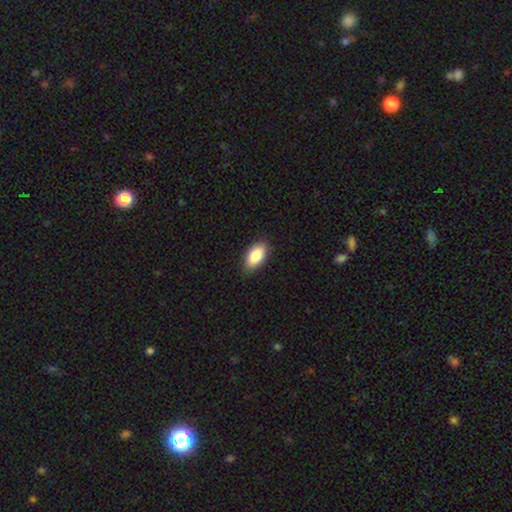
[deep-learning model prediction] Smooth or featured? smooth (88%)
How rounded? in between (93%)
Merging? none (86%)